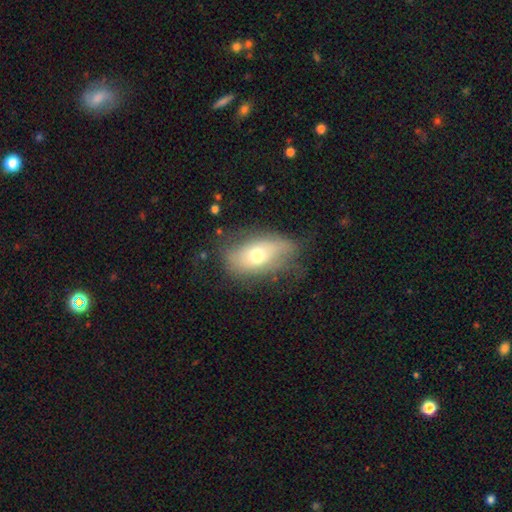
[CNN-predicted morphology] smooth-or-featured: smooth: 59% | featured or disk: 33% | star or artifact: 8%
  how-rounded: in between: 88% | round: 7% | cigar-shaped: 5%
  merging: none: 57% | minor disturbance: 28% | major disturbance: 13% | merger: 2%